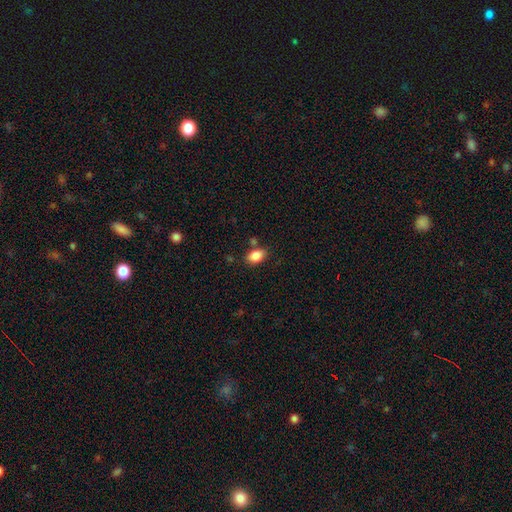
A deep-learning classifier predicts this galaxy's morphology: smooth_or_featured: smooth (p=0.86) [alt: star or artifact p=0.09]
how_rounded: in between (p=0.84) [alt: round p=0.14]
merging: none (p=0.76) [alt: minor disturbance p=0.13]